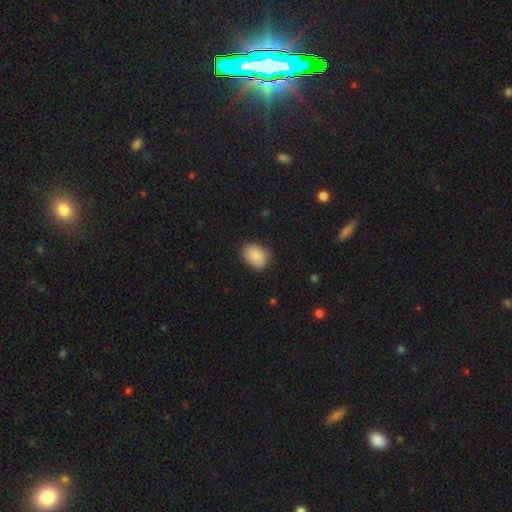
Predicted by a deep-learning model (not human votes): smooth 88%, star or artifact 7%, featured or disk 5%. Down the decision tree: how rounded — in between (71%); merging — none (85%).